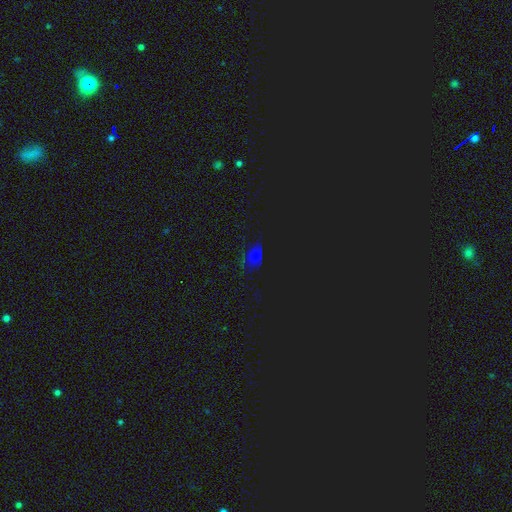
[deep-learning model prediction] This appears to be a star or artifact, not a galaxy (48%).